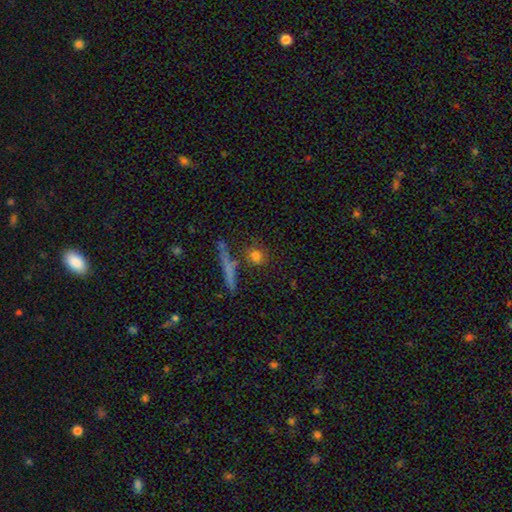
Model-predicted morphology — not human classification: A smooth galaxy with no disk features (66%) that is round (57%). Merging: none (71%).